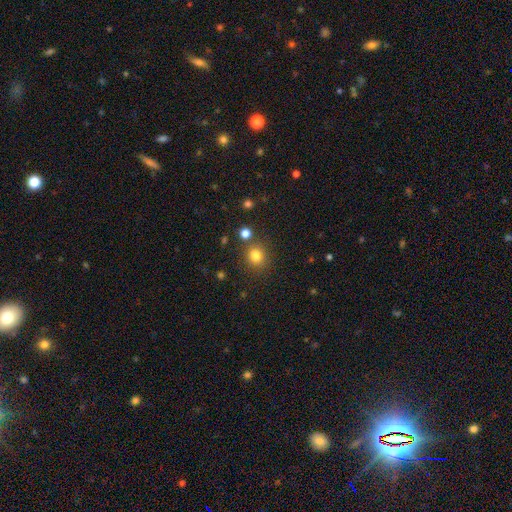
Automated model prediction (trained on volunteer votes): This appears to be a smooth galaxy with no disk features (79%) that is round (83%). Merging: none (79%).